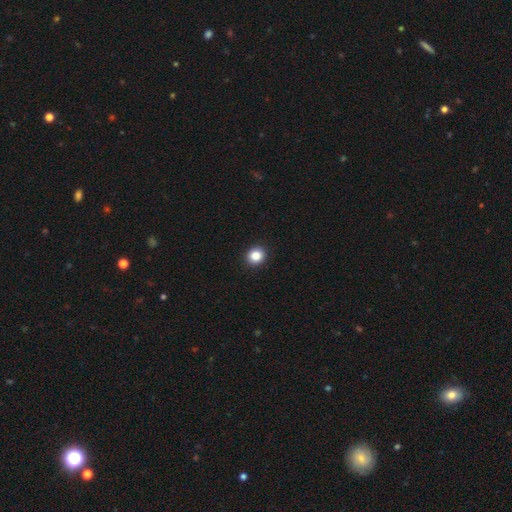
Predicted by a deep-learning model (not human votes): Q: Smooth or featured?
A: smooth (84%); runner-up: star or artifact (10%)
Q: How rounded?
A: round (83%); runner-up: in between (17%)
Q: Merging?
A: none (93%); runner-up: minor disturbance (4%)